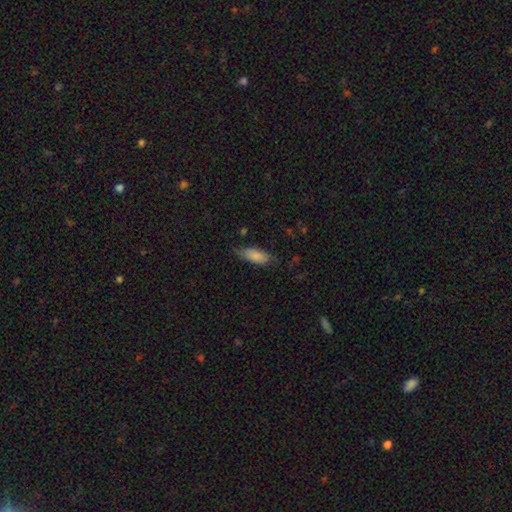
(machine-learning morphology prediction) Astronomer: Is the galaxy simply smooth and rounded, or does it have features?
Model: smooth — 82%.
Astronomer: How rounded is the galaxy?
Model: in between — 74%.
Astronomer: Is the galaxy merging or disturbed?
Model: none — 69%.